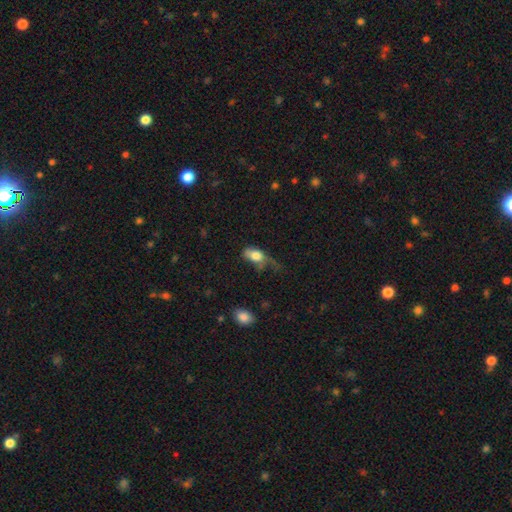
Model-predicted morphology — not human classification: Smooth or featured? smooth (75%)
How rounded? in between (84%)
Merging? major disturbance (41%)